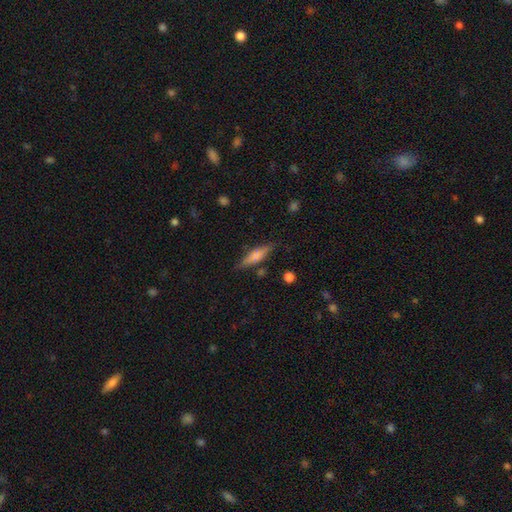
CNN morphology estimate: Smooth or featured? smooth (52%)
How rounded? cigar-shaped (68%)
Merging? none (80%)